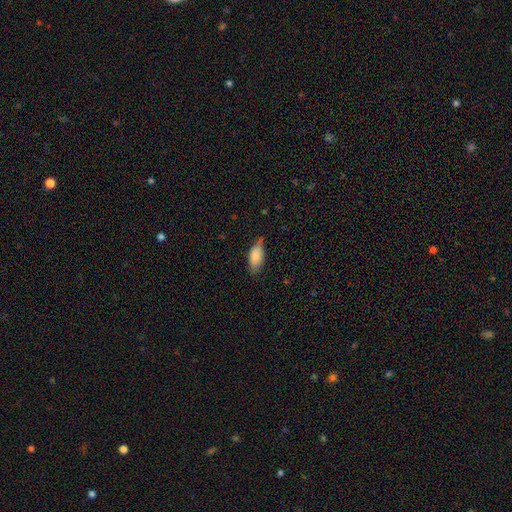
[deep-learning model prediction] A smooth galaxy with no disk features (83%) that is in between round and cigar-shaped (88%).

Vote fractions:
- Smooth or featured? smooth: 83% / featured or disk: 10% / star or artifact: 7%
- How rounded? in between: 88% / cigar-shaped: 10% / round: 2%
- Merging? none: 59% / minor disturbance: 33% / major disturbance: 6% / merger: 2%